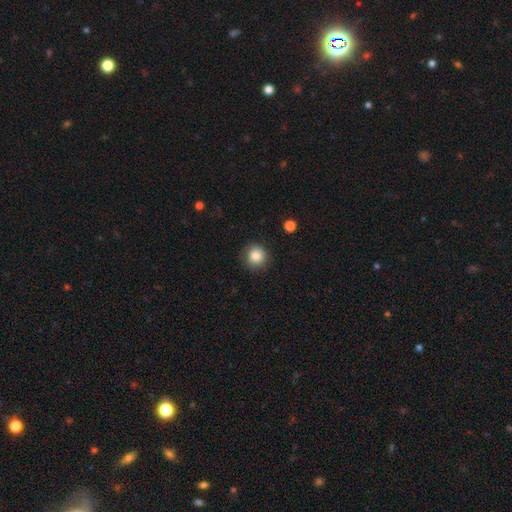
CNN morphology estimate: Smooth or featured: smooth — 83% (star or artifact — 10%)
How rounded: round — 93% (in between — 6%)
Merging: none — 83% (minor disturbance — 12%)